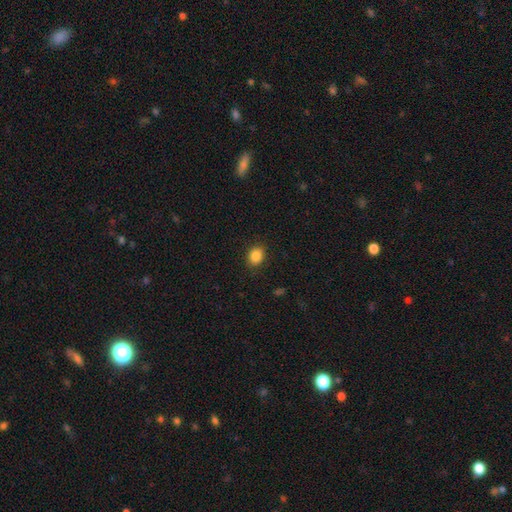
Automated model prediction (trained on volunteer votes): Smooth or featured: smooth — 86% (star or artifact — 10%)
How rounded: in between — 54% (round — 45%)
Merging: none — 87% (minor disturbance — 9%)